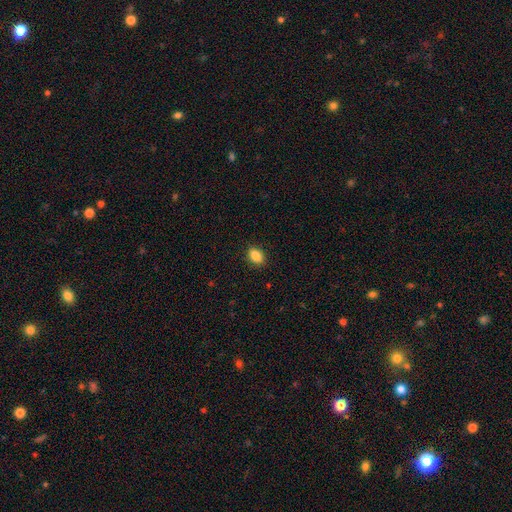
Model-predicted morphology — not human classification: The model was most divided on "how rounded": in between: 82%, round: 17%, cigar-shaped: 1%. More confident: merging — none (89%); smooth or featured — smooth (88%).